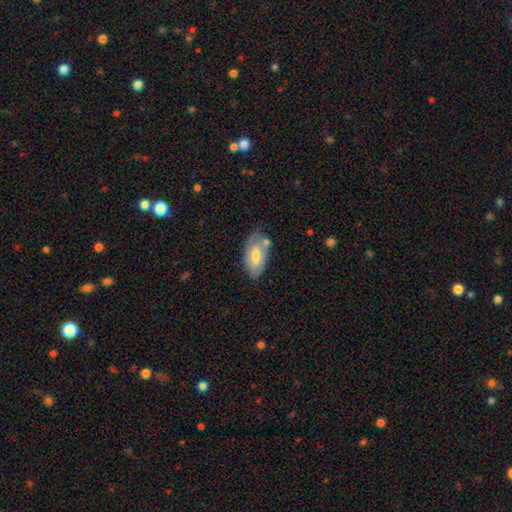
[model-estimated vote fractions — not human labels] Smooth or featured? Predicted: smooth (p=0.52). How rounded? Predicted: in between (p=0.91). Merging? Predicted: none (p=0.63).